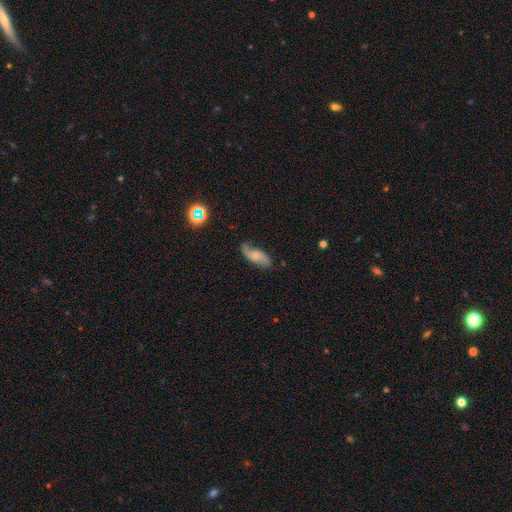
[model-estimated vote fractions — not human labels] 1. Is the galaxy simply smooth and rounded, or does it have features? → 67% featured or disk, 26% smooth, 7% star or artifact.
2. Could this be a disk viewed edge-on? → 92% no, 8% yes.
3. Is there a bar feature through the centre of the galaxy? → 62% no, 31% weak, 7% strong.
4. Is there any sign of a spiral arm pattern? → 92% yes, 8% no.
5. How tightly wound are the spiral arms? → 60% loose, 29% medium, 10% tight.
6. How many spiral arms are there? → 85% 2, 6% 1, 6% can't tell, 1% 3, 1% 4, 1% more than 4.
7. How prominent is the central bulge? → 44% small, 40% moderate, 11% none, 5% large, 1% dominant.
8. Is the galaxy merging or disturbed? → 69% none, 21% minor disturbance, 8% major disturbance, 2% merger.